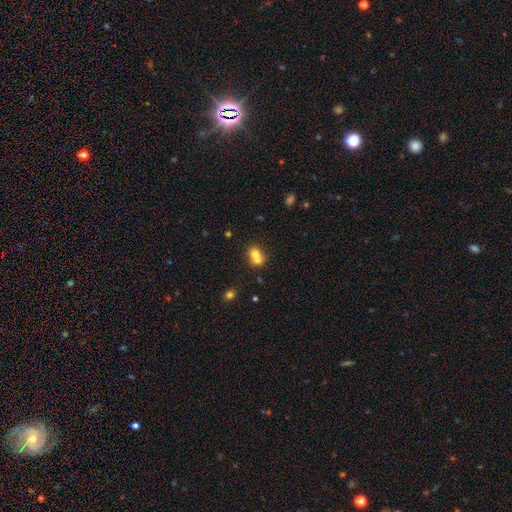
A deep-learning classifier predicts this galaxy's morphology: smooth 70%, featured or disk 19%, star or artifact 11%. Down the decision tree: how rounded — round (51%); merging — merger (59%).